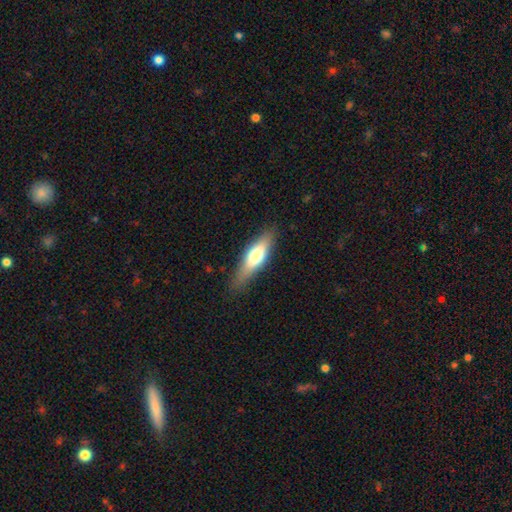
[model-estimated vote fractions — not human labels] smooth_or_featured: smooth (p=0.57) [alt: featured or disk p=0.37]
how_rounded: cigar-shaped (p=0.55) [alt: in between p=0.43]
merging: none (p=0.82) [alt: minor disturbance p=0.14]